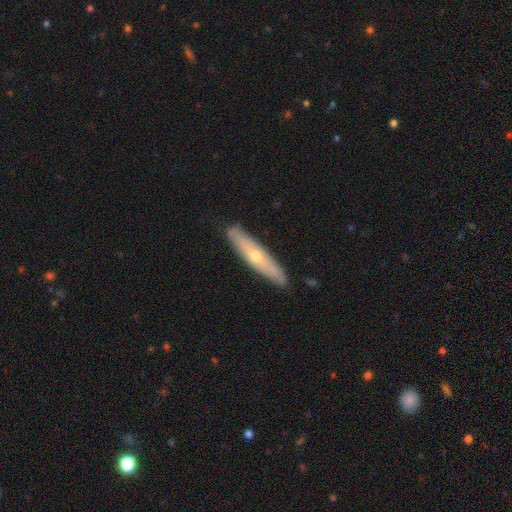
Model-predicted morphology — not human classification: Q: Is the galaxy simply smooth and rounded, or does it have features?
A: featured or disk — 55%.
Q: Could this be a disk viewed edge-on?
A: yes — 72%.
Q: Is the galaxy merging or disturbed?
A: none — 86%.